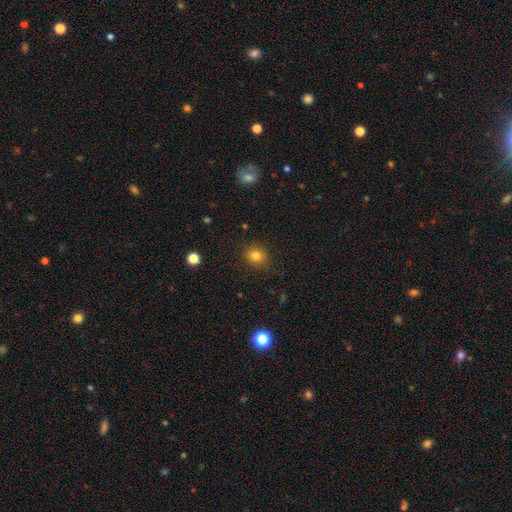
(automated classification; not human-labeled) A smooth galaxy with no disk features (80%) that is round (75%).

Vote fractions:
- Smooth or featured? smooth: 80% / star or artifact: 13% / featured or disk: 6%
- How rounded? round: 75% / in between: 24% / cigar-shaped: 1%
- Merging? none: 87% / minor disturbance: 9% / major disturbance: 3% / merger: 1%